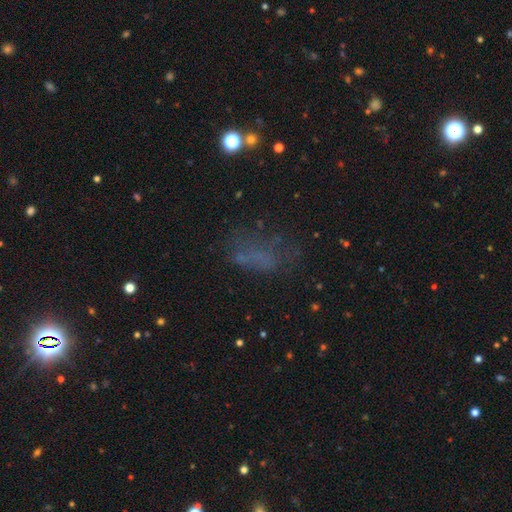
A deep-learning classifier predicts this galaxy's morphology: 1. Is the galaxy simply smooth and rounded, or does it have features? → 43% smooth, 32% star or artifact, 25% featured or disk.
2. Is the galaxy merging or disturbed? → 48% none, 26% major disturbance, 21% minor disturbance, 4% merger.